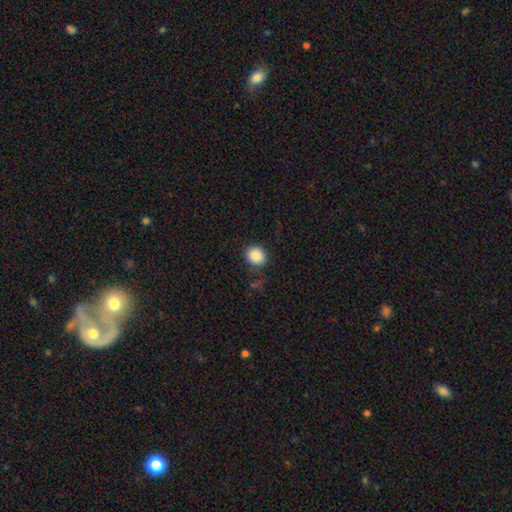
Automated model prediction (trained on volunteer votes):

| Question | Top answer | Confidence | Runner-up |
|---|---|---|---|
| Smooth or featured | smooth | 88% | star or artifact (9%) |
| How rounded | round | 77% | in between (22%) |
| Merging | none | 84% | minor disturbance (11%) |